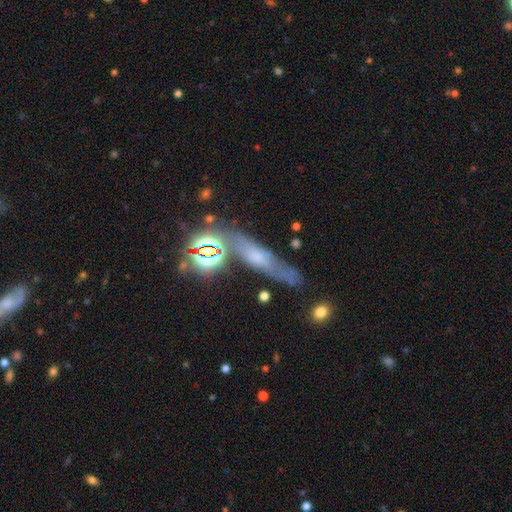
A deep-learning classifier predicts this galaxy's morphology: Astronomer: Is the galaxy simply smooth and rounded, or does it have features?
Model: featured or disk — 38% (runner-up: smooth, 36%).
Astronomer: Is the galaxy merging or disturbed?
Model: none — 66%.